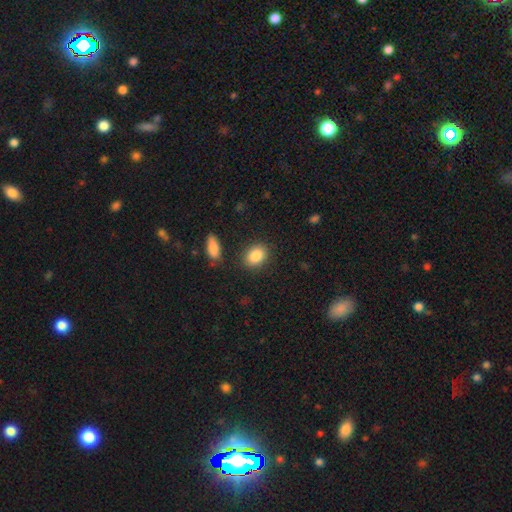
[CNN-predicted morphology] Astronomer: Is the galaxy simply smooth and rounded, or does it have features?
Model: smooth — 86%.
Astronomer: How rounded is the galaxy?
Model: in between — 64%.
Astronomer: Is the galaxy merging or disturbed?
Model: none — 84%.